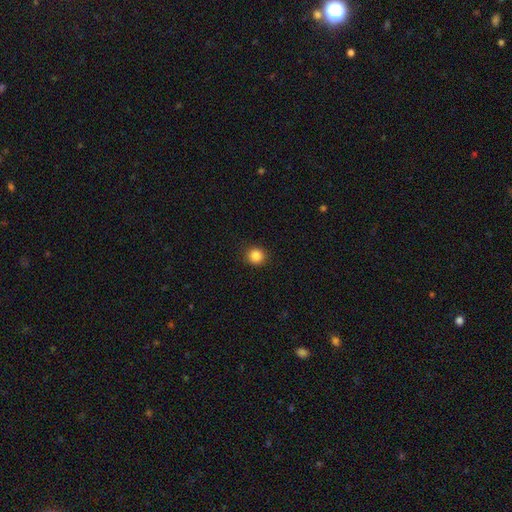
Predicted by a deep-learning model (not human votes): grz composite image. It shows a smooth galaxy with no disk features (86%) that is round (91%). Merging: none (91%).